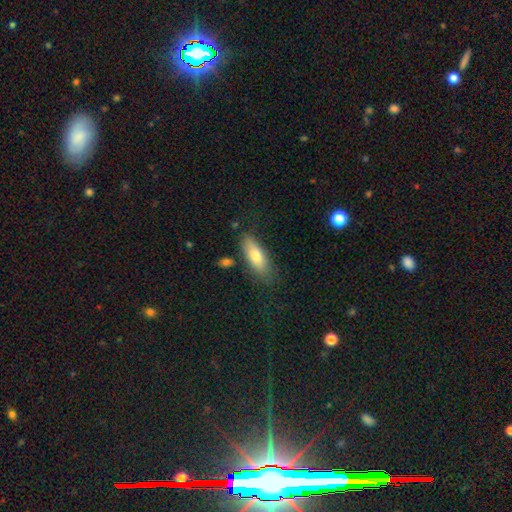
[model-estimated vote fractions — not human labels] A smooth galaxy with no disk features (73%) that is in between round and cigar-shaped (71%).

Vote fractions:
- Smooth or featured? smooth: 73% / featured or disk: 21% / star or artifact: 7%
- How rounded? in between: 71% / cigar-shaped: 27% / round: 3%
- Merging? none: 74% / minor disturbance: 17% / major disturbance: 4% / merger: 4%